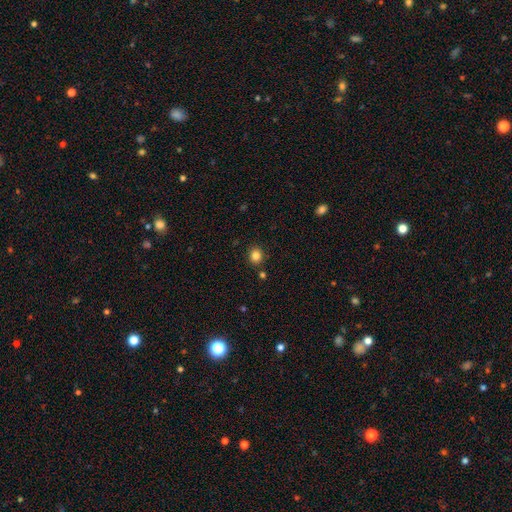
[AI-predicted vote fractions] The model was most divided on "how rounded": round: 77%, in between: 22%, cigar-shaped: 1%. More confident: merging — none (86%); smooth or featured — smooth (84%).